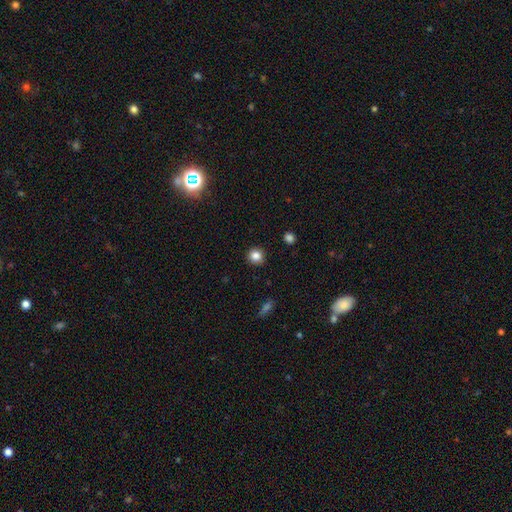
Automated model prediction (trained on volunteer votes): smooth-or-featured: smooth: 84% | star or artifact: 11% | featured or disk: 4%
  how-rounded: round: 91% | in between: 8% | cigar-shaped: 1%
  merging: none: 91% | minor disturbance: 6% | major disturbance: 2% | merger: 1%